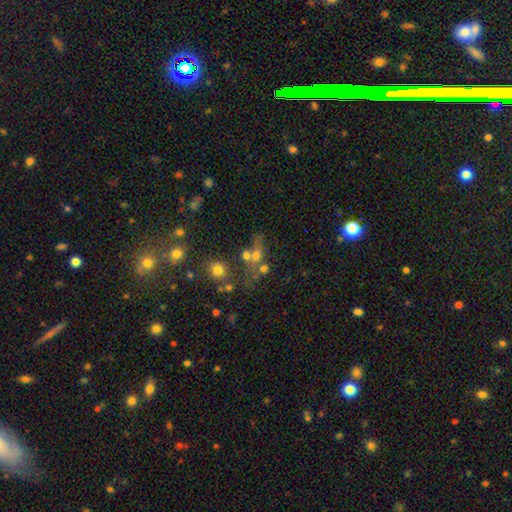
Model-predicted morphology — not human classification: smooth_or_featured: smooth (p=0.52) [alt: featured or disk p=0.26]
how_rounded: round (p=0.60) [alt: in between p=0.33]
merging: merger (p=0.43) [alt: none p=0.33]